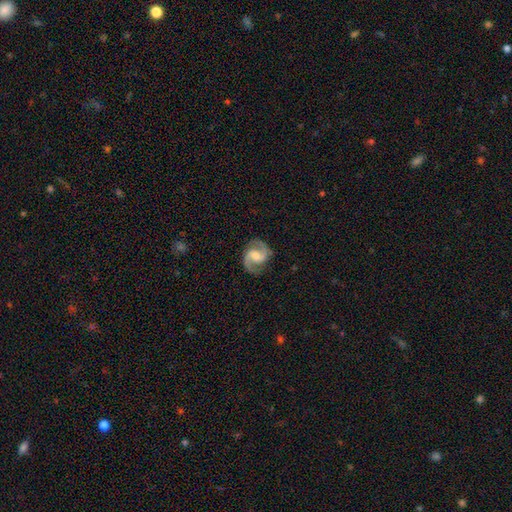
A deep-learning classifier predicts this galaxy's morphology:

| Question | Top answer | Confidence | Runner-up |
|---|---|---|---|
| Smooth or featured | featured or disk | 91% | smooth (5%) |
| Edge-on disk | no | 98% | yes (2%) |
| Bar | weak | 51% | no (30%) |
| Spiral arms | yes | 98% | no (2%) |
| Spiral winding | medium | 62% | loose (21%) |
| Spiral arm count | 2 | 94% | can't tell (2%) |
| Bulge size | moderate | 45% | small (31%) |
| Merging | none | 85% | minor disturbance (11%) |